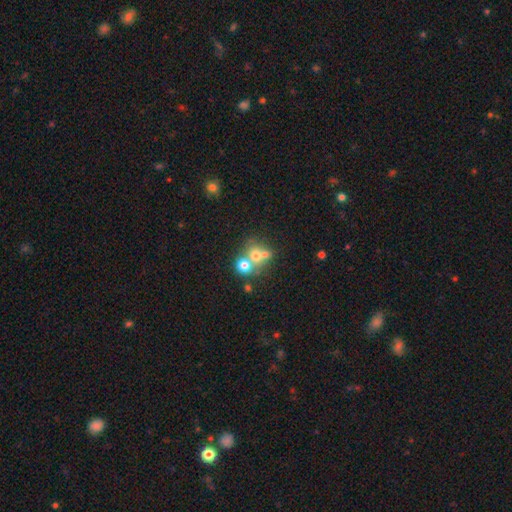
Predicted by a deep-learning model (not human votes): A smooth galaxy with no disk features (62%) that is round (77%). Merging: merger (56%).